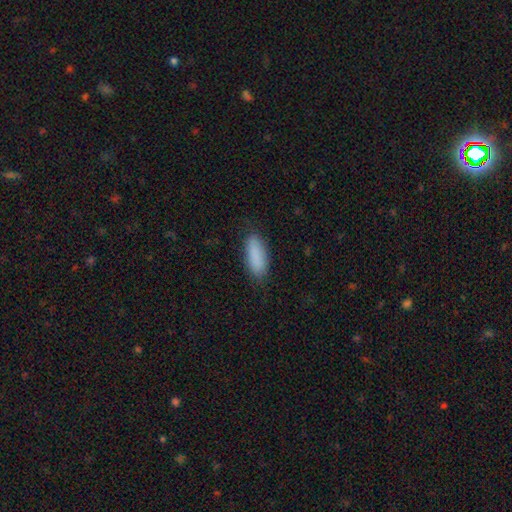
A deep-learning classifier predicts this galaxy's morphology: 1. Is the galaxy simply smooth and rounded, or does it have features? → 89% smooth, 6% star or artifact, 5% featured or disk.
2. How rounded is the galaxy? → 70% in between, 28% cigar-shaped, 2% round.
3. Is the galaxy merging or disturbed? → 84% none, 12% minor disturbance, 3% major disturbance, 1% merger.